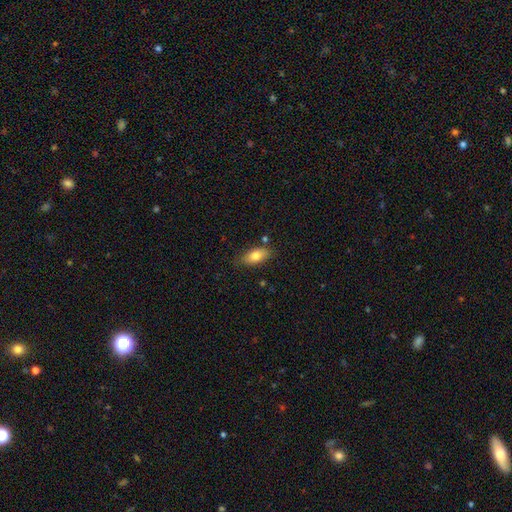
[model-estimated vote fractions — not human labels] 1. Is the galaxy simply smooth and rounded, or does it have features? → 78% smooth, 15% featured or disk, 7% star or artifact.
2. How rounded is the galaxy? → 88% in between, 8% cigar-shaped, 4% round.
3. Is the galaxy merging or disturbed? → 78% none, 16% minor disturbance, 3% merger, 3% major disturbance.